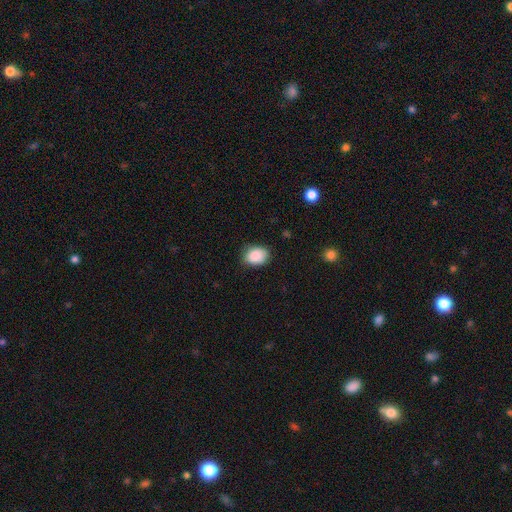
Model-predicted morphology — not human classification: Smooth or featured? smooth (88%)
How rounded? in between (68%)
Merging? none (77%)